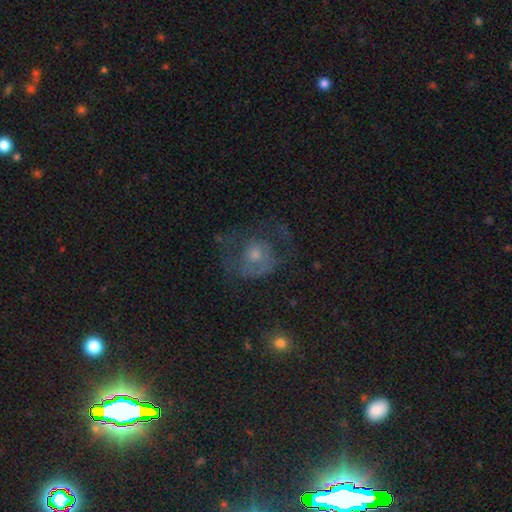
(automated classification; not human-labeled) Smooth or featured?
  - featured or disk: 46% *
  - smooth: 41%
  - star or artifact: 13%
Merging?
  - none: 40% *
  - major disturbance: 39%
  - minor disturbance: 19%
  - merger: 3%